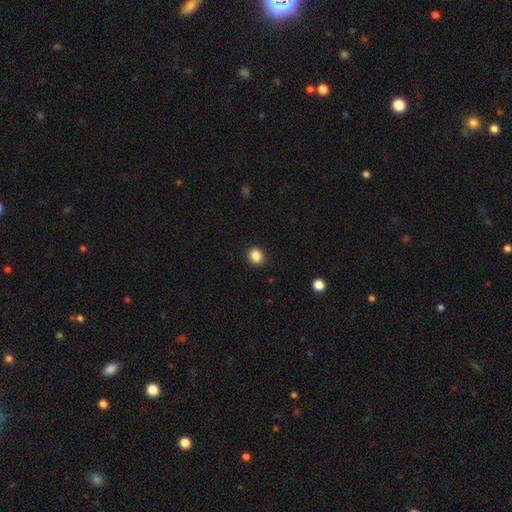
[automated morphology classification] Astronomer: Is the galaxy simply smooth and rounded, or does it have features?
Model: smooth — 87%.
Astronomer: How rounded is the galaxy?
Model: round — 71%.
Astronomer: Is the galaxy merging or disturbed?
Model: none — 91%.